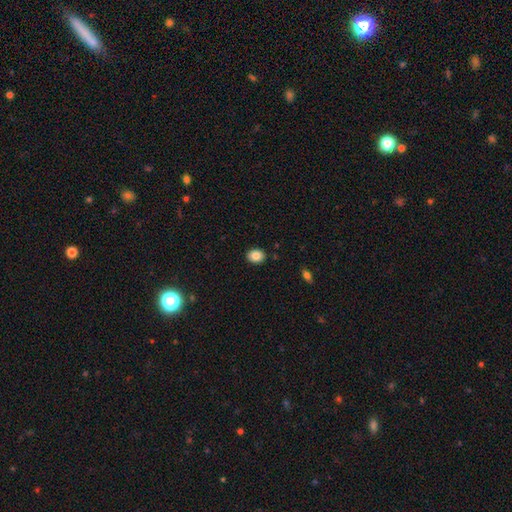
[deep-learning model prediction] Q: Smooth or featured?
A: smooth (85%); runner-up: star or artifact (9%)
Q: How rounded?
A: in between (50%); runner-up: round (49%)
Q: Merging?
A: none (90%); runner-up: minor disturbance (7%)